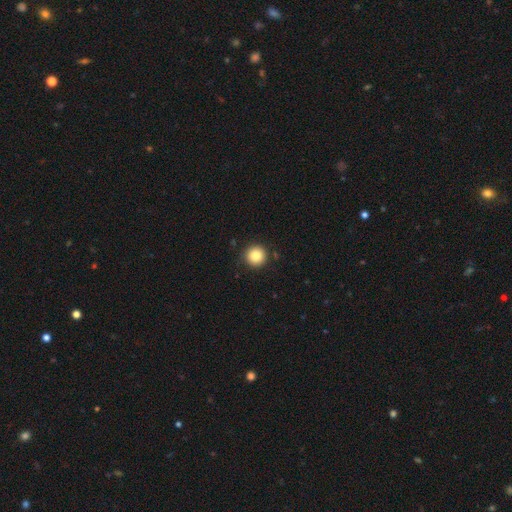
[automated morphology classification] smooth_or_featured: smooth (p=0.86) [alt: star or artifact p=0.10]
how_rounded: round (p=0.95) [alt: in between p=0.04]
merging: none (p=0.89) [alt: minor disturbance p=0.07]